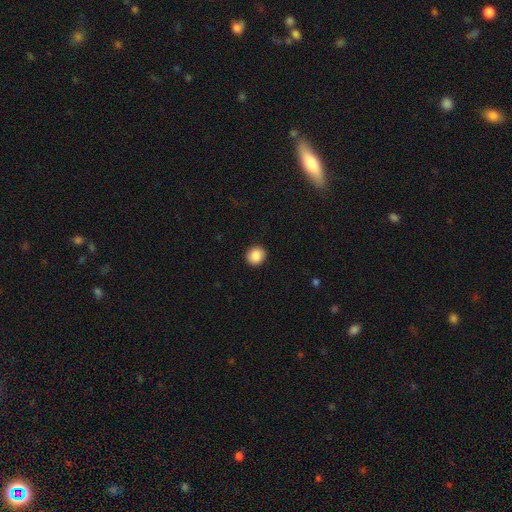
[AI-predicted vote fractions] The model was most divided on "how rounded": round: 89%, in between: 10%, cigar-shaped: 1%. More confident: merging — none (92%); smooth or featured — smooth (88%).